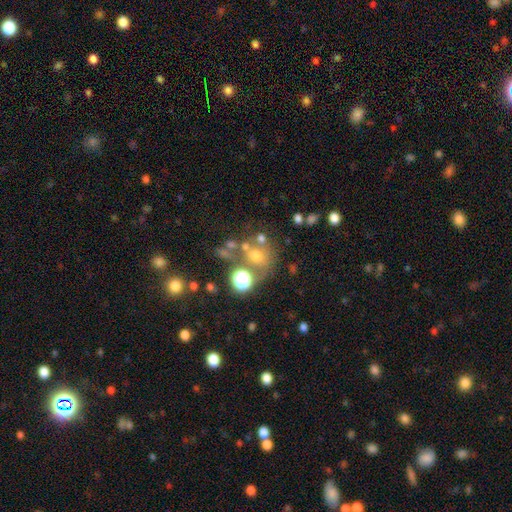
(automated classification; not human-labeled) The model was most divided on "smooth or featured": smooth: 53%, star or artifact: 27%, featured or disk: 20%. More confident: how rounded — round (77%); merging — none (53%).